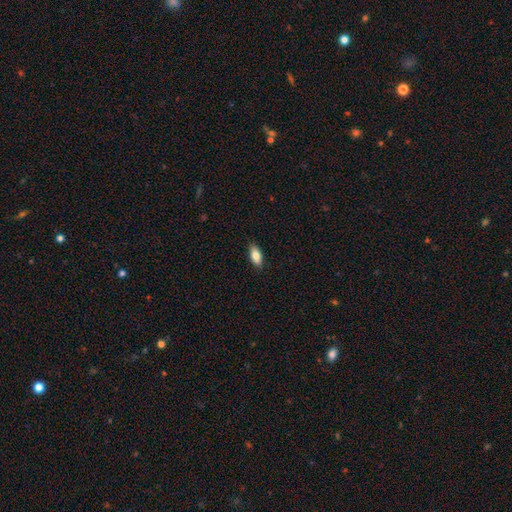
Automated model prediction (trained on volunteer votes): Smooth or featured? smooth (80%)
How rounded? in between (85%)
Merging? none (88%)